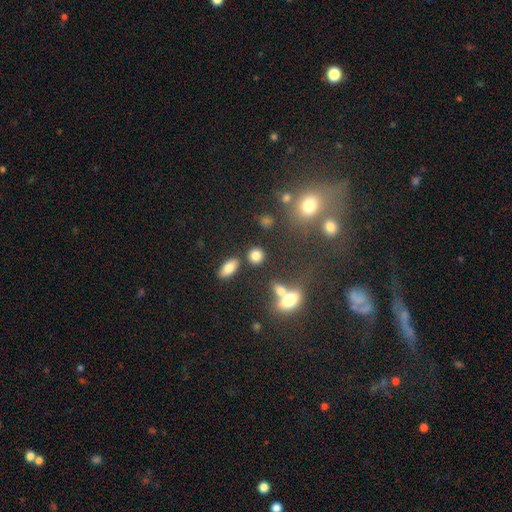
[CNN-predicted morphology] smooth_or_featured: smooth (p=0.80) [alt: star or artifact p=0.12]
how_rounded: round (p=0.70) [alt: in between p=0.27]
merging: none (p=0.75) [alt: merger p=0.11]